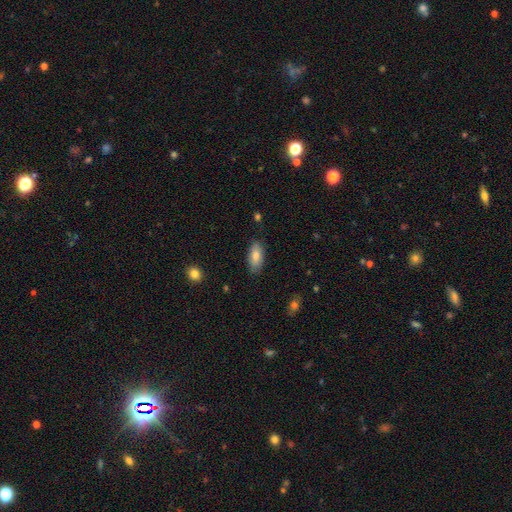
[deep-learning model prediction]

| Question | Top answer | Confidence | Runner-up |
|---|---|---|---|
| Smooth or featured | smooth | 80% | featured or disk (14%) |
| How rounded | in between | 88% | cigar-shaped (9%) |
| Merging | none | 82% | minor disturbance (14%) |